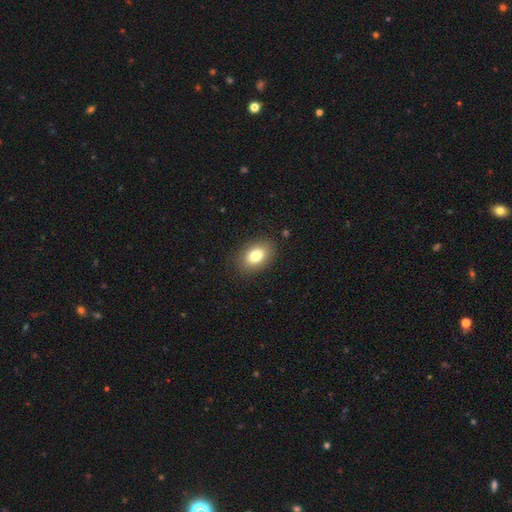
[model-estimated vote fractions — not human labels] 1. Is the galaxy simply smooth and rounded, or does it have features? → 79% smooth, 12% featured or disk, 9% star or artifact.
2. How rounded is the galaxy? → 82% in between, 17% round, 1% cigar-shaped.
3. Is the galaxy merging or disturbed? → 86% none, 10% minor disturbance, 3% major disturbance, 1% merger.